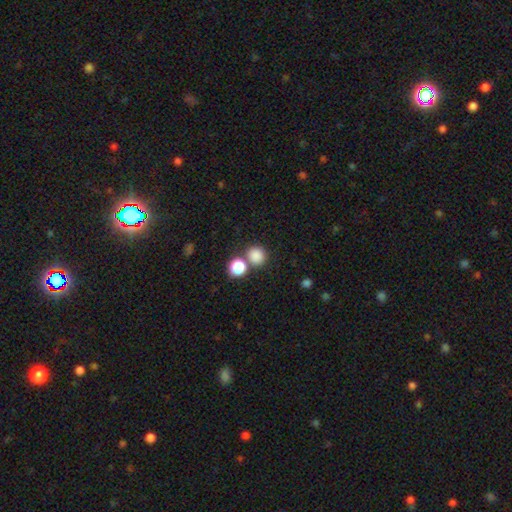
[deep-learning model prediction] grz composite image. It shows a smooth galaxy with no disk features (83%) that is round (87%). Merging: none (69%).